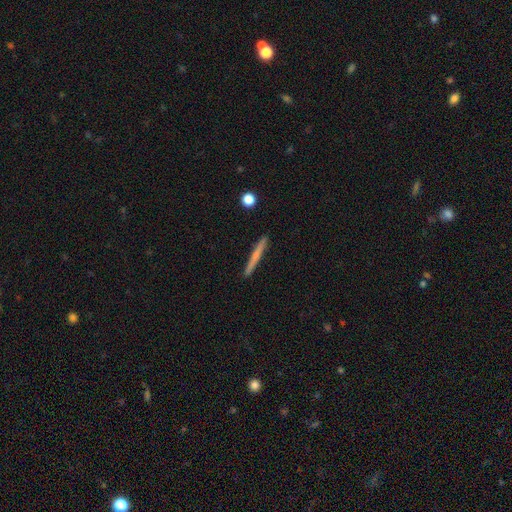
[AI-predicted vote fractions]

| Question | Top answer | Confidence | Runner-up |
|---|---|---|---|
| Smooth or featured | smooth | 55% | featured or disk (39%) |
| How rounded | cigar-shaped | 96% | in between (2%) |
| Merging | none | 92% | minor disturbance (5%) |